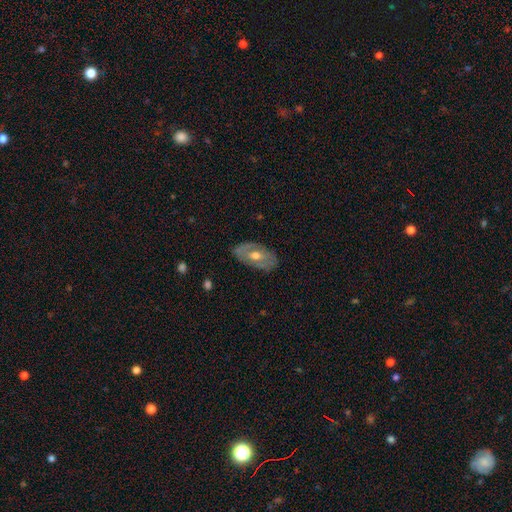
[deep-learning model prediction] This is possibly a featured or disk galaxy (59%). It is clearly not viewed edge-on (88%). Bar: possibly no (59%). Spiral arm pattern: likely no (67%). Central bulge: likely moderate (75%). Merging: clearly none (80%).